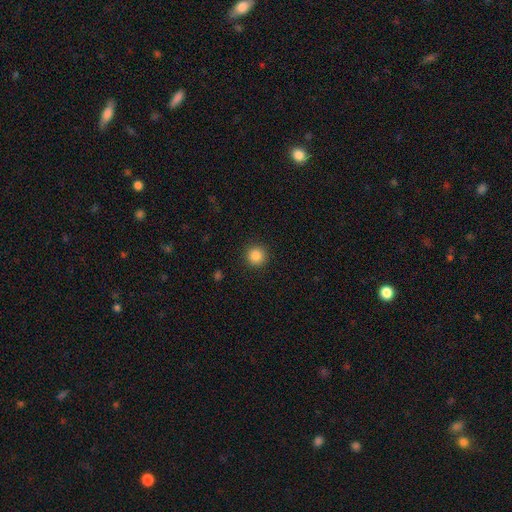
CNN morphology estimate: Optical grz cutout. It shows a smooth galaxy with no disk features (86%) that is round (95%). Merging: none (92%).